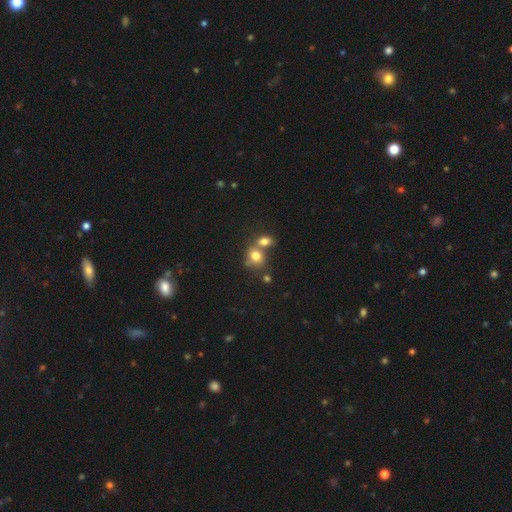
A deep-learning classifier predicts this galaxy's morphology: The model was most divided on "merging": merger: 49%, none: 37%, minor disturbance: 10%, major disturbance: 4%. More confident: smooth or featured — smooth (77%); how rounded — round (59%).